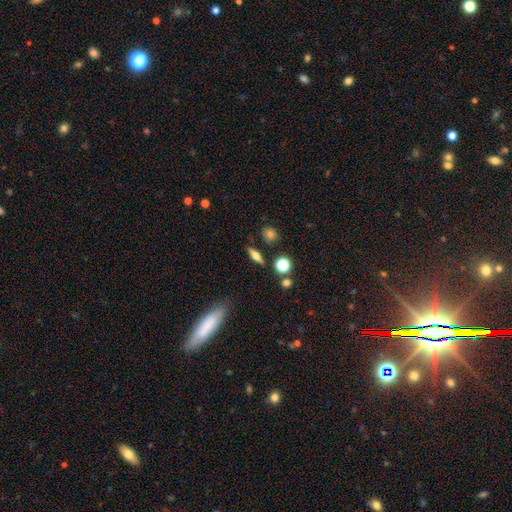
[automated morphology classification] smooth 54%, featured or disk 35%, star or artifact 11%. Down the decision tree: how rounded — cigar-shaped (45%, tied with in between); merging — none (83%).